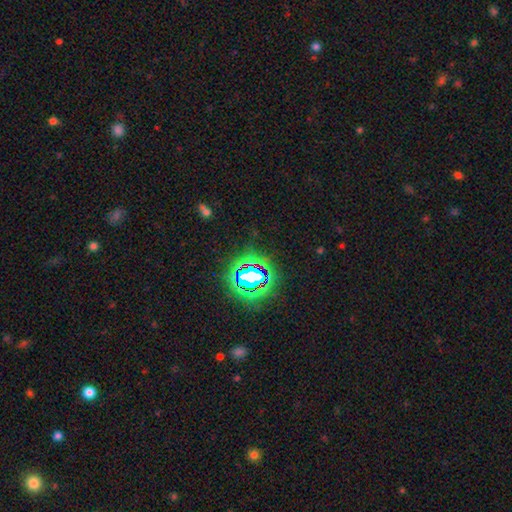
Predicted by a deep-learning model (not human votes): Morphology: type=star or artifact (80%).